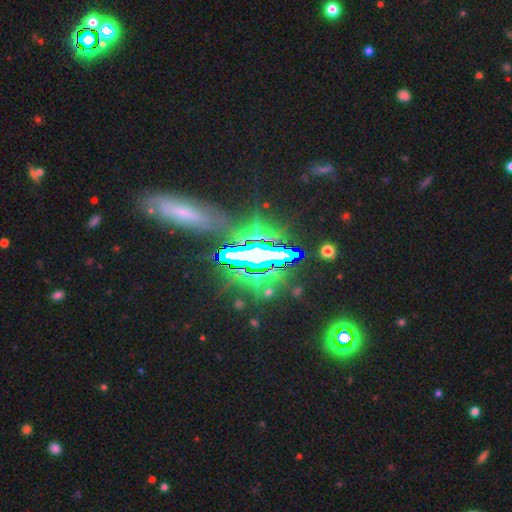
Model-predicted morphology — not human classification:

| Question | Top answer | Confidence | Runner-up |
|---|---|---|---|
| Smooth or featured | star or artifact | 72% | featured or disk (15%) |